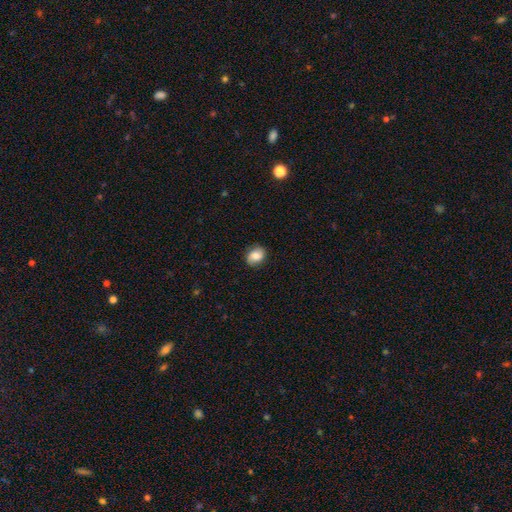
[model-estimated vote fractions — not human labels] Overall: smooth (75%). How rounded: in between (55%; round 44%). Merging: none (81%).